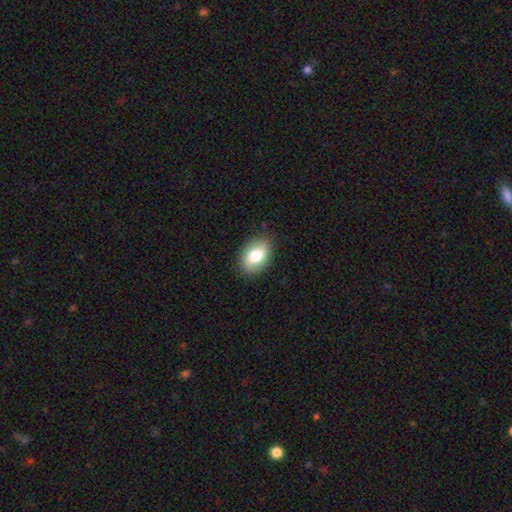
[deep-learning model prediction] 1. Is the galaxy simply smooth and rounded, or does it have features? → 76% smooth, 17% featured or disk, 7% star or artifact.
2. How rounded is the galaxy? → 82% in between, 17% round, 1% cigar-shaped.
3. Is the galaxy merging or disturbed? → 86% none, 10% minor disturbance, 3% major disturbance, 1% merger.